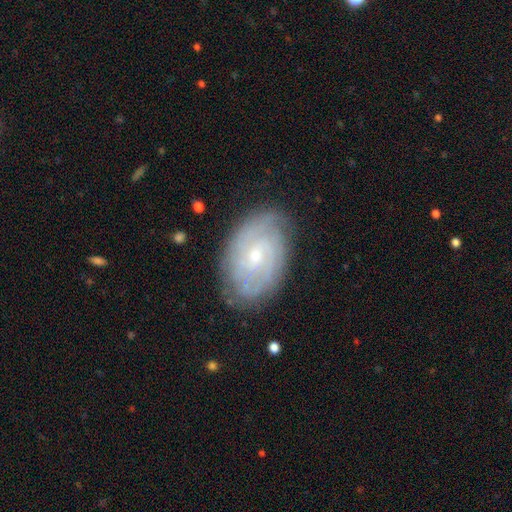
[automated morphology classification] type=featured or disk (76%); edge-on=no (96%); bar=no (63%); spiral arms=yes (90%); winding=tight (71%); arm count=can't tell (48%); bulge=small (63%); merging=none (78%).